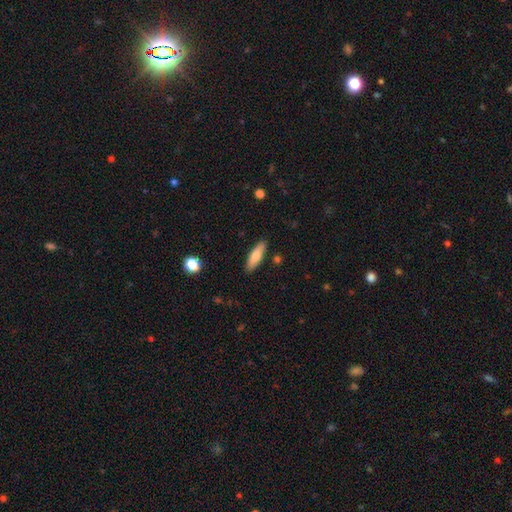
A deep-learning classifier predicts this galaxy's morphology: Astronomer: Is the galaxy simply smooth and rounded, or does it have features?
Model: smooth — 71%.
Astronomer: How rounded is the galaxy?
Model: cigar-shaped — 51% (runner-up: in between, 46%).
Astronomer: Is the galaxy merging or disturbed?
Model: none — 88%.